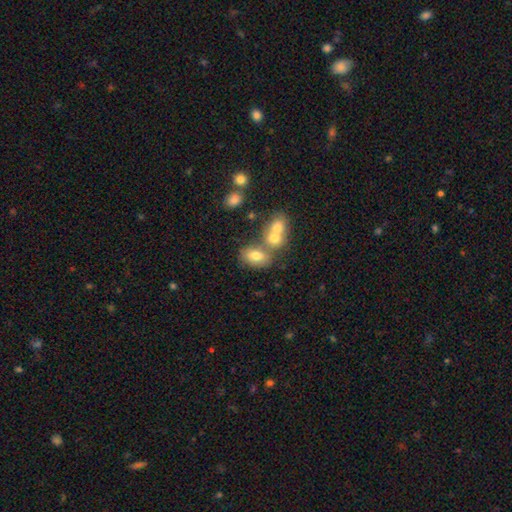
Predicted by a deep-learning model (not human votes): A smooth galaxy with no disk features (72%) that is in between round and cigar-shaped (81%). Merging: none (44%).